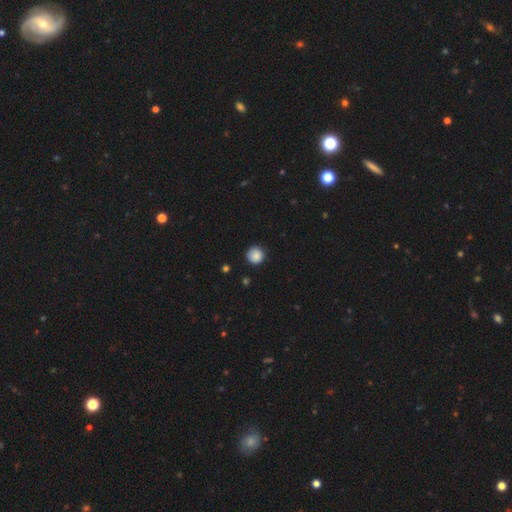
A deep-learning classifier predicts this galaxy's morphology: The model was most divided on "smooth or featured": smooth: 87%, star or artifact: 9%, featured or disk: 4%. More confident: how rounded — round (95%); merging — none (89%).